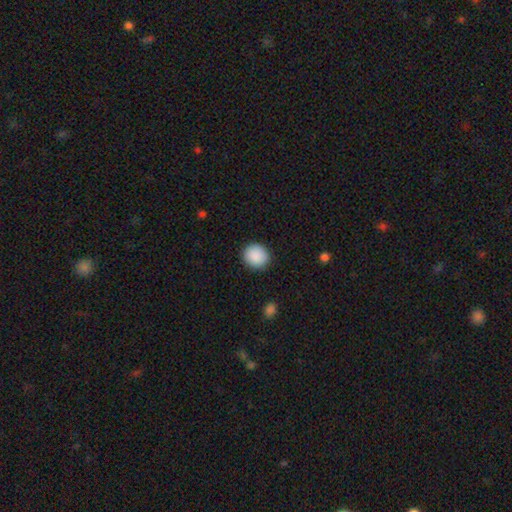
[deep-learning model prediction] A smooth galaxy with no disk features (90%) that is round (85%). Merging: none (90%).